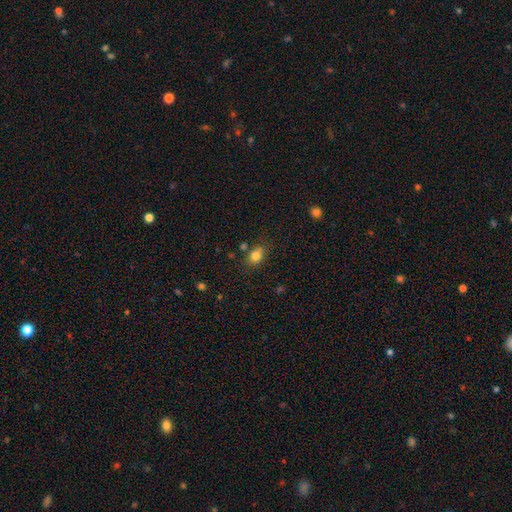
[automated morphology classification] A smooth galaxy with no disk features (78%) that is round (49%, tied with in between). Merging: none (65%).